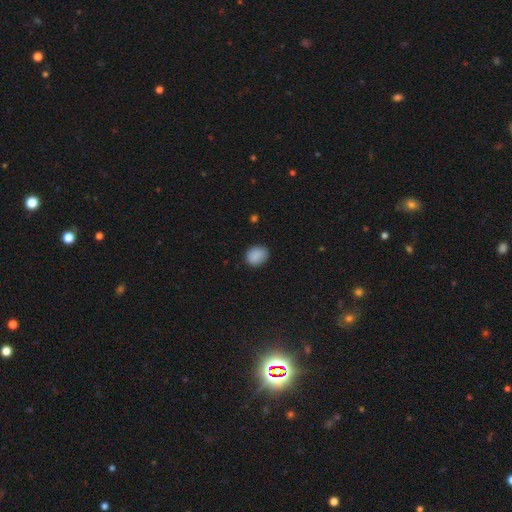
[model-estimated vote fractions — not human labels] Smooth or featured?
  - smooth: 88% *
  - star or artifact: 9%
  - featured or disk: 3%
How rounded?
  - round: 50% *
  - in between: 49%
  - cigar-shaped: 1%
Merging?
  - none: 83% *
  - minor disturbance: 14%
  - major disturbance: 3%
  - merger: 1%